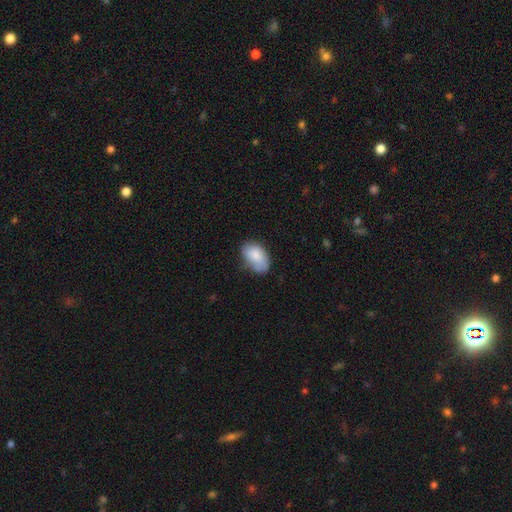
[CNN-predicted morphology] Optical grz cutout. It shows a smooth galaxy with no disk features (83%) that is in between round and cigar-shaped (91%). Merging: none (60%).